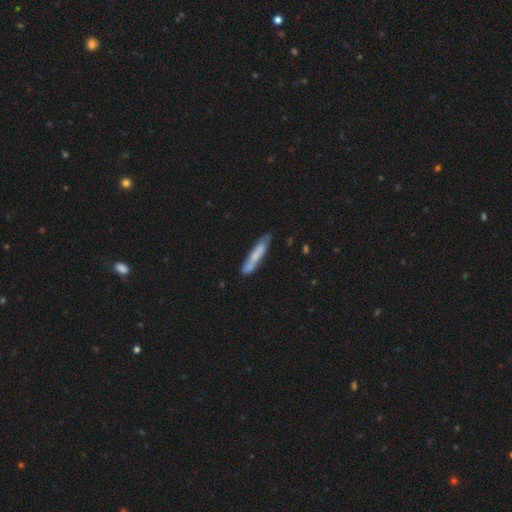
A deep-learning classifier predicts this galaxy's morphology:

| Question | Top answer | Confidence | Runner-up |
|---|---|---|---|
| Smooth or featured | smooth | 64% | featured or disk (31%) |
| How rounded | cigar-shaped | 92% | in between (6%) |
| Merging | none | 72% | minor disturbance (19%) |